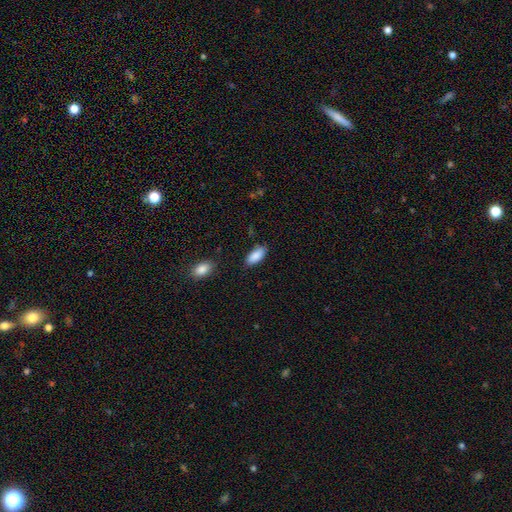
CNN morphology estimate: This is clearly a smooth galaxy (89%). How rounded: clearly in between (88%). Merging: clearly none (82%).